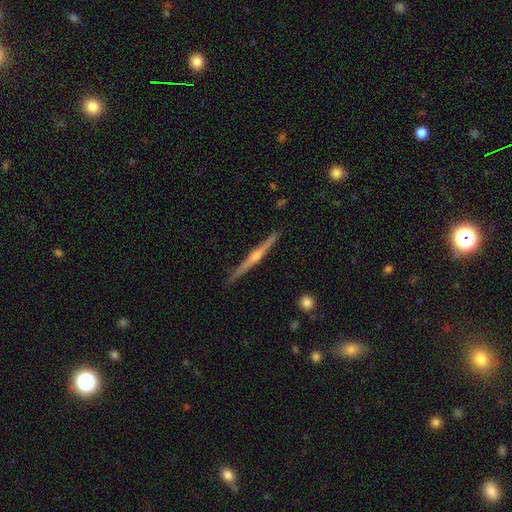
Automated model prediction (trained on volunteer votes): featured or disk 82%, smooth 12%, star or artifact 5%. Down the decision tree: edge-on disk — yes (99%); edge-on bulge — rounded (89%); merging — none (91%).